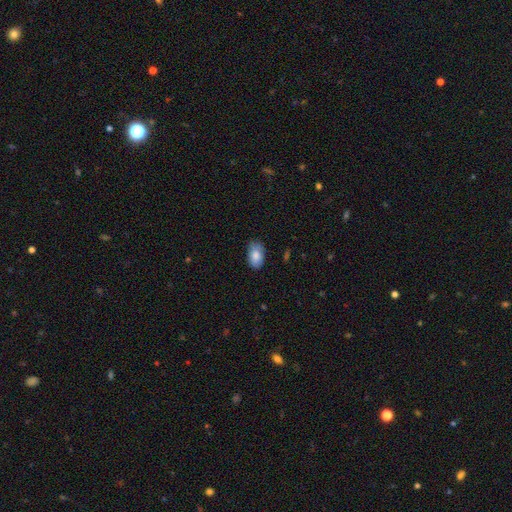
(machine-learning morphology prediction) Overall: smooth (83%). How rounded: in between (92%). Merging: none (74%).